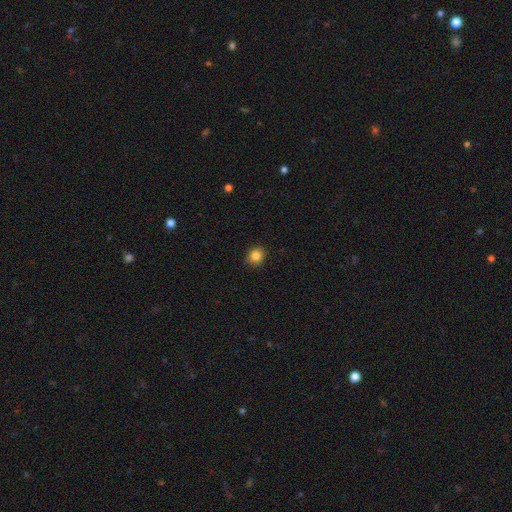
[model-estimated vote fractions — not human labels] Morphology: type=smooth (84%); roundness=round (76%); merging=none (88%).